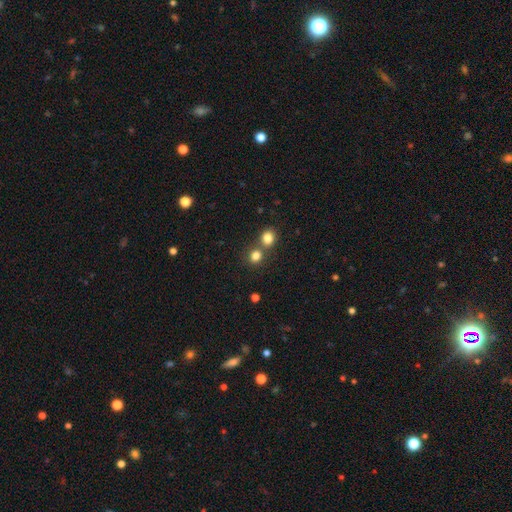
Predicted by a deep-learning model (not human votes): A smooth galaxy with no disk features (81%) that is round (82%).

Vote fractions:
- Smooth or featured? smooth: 81% / star or artifact: 13% / featured or disk: 6%
- How rounded? round: 82% / in between: 17% / cigar-shaped: 1%
- Merging? none: 54% / merger: 37% / minor disturbance: 6% / major disturbance: 3%